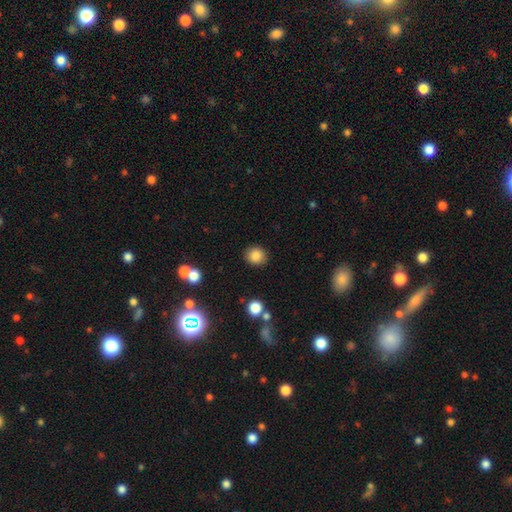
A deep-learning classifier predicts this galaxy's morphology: A smooth galaxy with no disk features (85%) that is round (82%). Merging: none (88%).